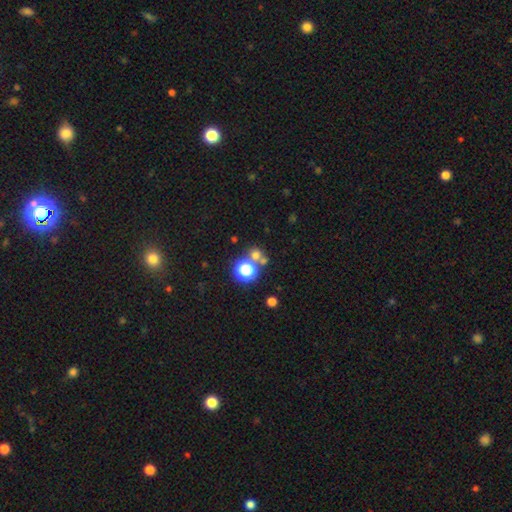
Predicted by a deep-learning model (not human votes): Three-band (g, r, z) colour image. It shows a smooth galaxy with no disk features (60%) that is round (87%). Merging: none (61%).